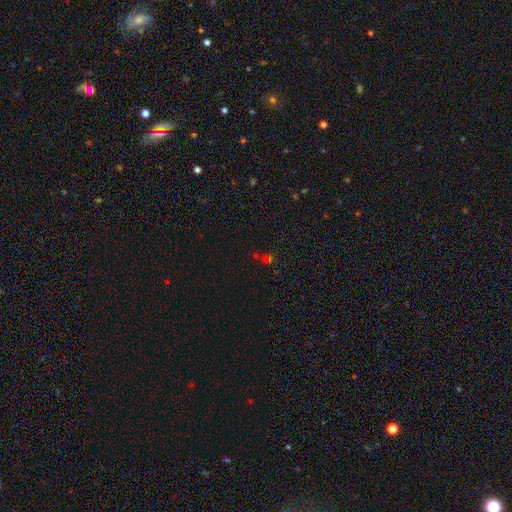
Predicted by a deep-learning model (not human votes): smooth-or-featured: star or artifact: 47% | smooth: 44% | featured or disk: 10%